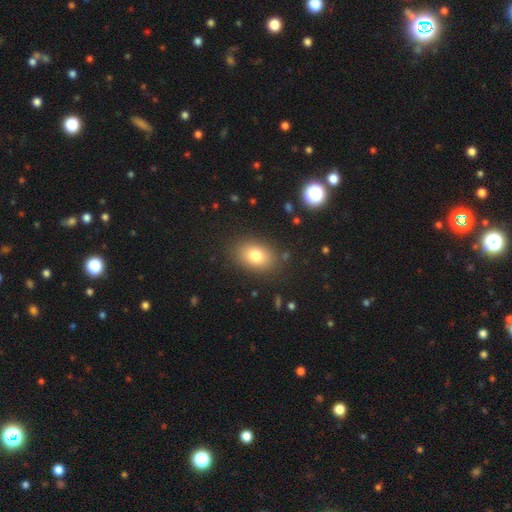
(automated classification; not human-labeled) Smooth or featured: smooth — 79% (featured or disk — 10%)
How rounded: in between — 75% (round — 24%)
Merging: none — 85% (minor disturbance — 10%)